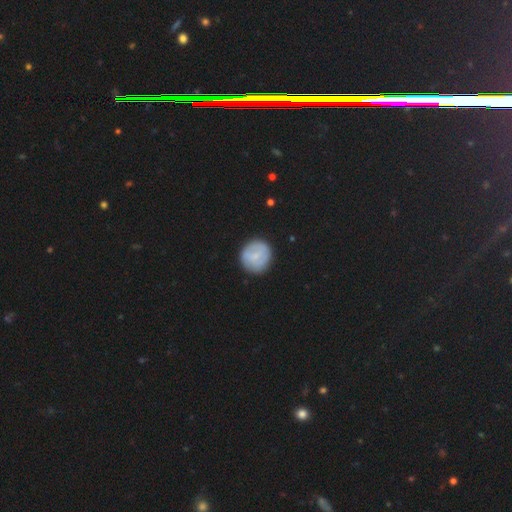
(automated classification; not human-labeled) Smooth or featured? smooth (69%)
How rounded? round (92%)
Merging? none (85%)